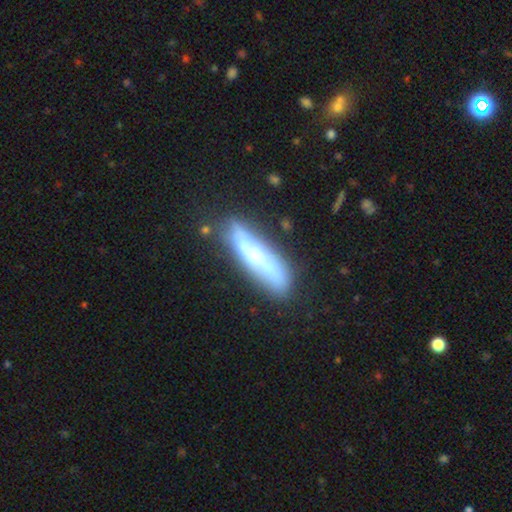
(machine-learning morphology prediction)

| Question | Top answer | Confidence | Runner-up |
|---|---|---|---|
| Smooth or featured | featured or disk | 53% | smooth (39%) |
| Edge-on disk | yes | 52% | no (48%) |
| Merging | none | 61% | minor disturbance (20%) |